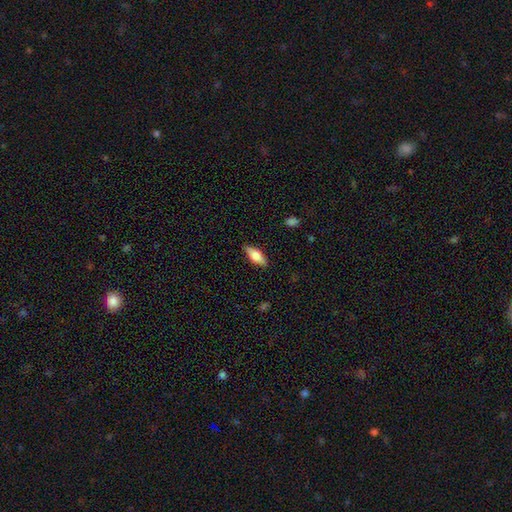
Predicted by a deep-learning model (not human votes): Q: Smooth or featured?
A: smooth (71%); runner-up: featured or disk (23%)
Q: How rounded?
A: in between (74%); runner-up: cigar-shaped (23%)
Q: Merging?
A: none (85%); runner-up: minor disturbance (11%)